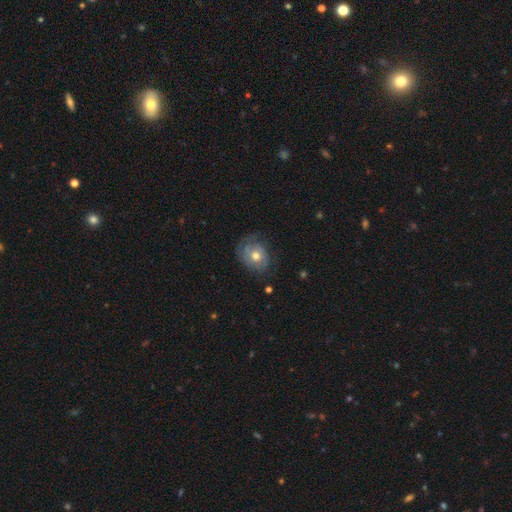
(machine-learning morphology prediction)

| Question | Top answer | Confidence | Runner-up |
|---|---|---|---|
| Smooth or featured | featured or disk | 49% | smooth (43%) |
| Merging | none | 59% | minor disturbance (26%) |